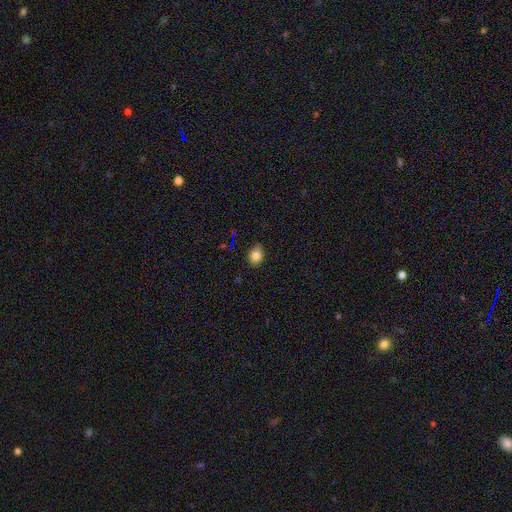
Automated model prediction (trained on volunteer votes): smooth_or_featured: smooth (p=0.82) [alt: star or artifact p=0.11]
how_rounded: in between (p=0.59) [alt: round p=0.40]
merging: none (p=0.81) [alt: minor disturbance p=0.15]